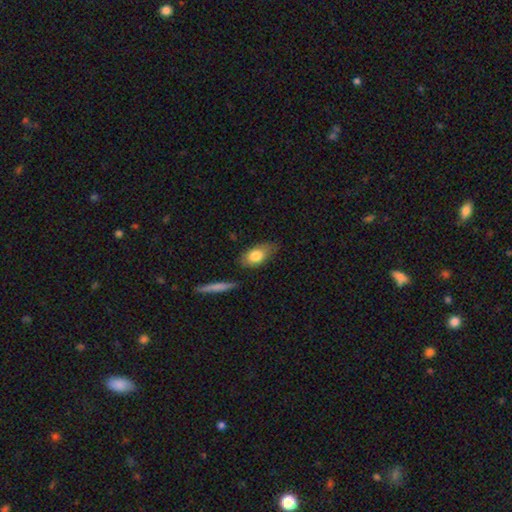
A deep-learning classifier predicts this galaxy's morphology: The model was most divided on "merging": none: 76%, minor disturbance: 17%, major disturbance: 4%, merger: 3%. More confident: how rounded — in between (86%); smooth or featured — smooth (77%).